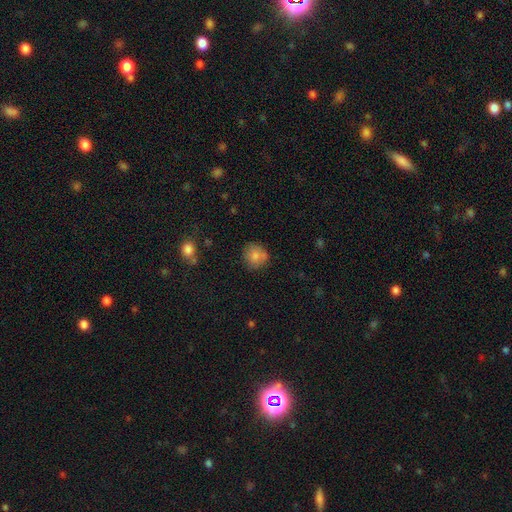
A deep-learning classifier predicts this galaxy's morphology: smooth 78%, featured or disk 13%, star or artifact 10%. Down the decision tree: how rounded — round (83%); merging — none (68%).